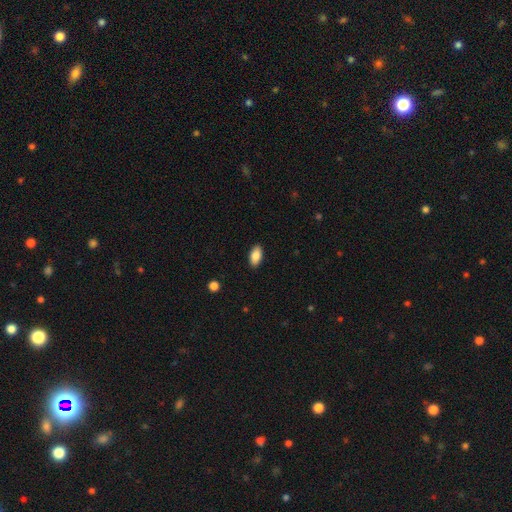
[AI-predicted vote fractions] smooth-or-featured: smooth: 86% | featured or disk: 7% | star or artifact: 7%
  how-rounded: in between: 92% | cigar-shaped: 5% | round: 3%
  merging: none: 90% | minor disturbance: 8% | major disturbance: 2% | merger: 1%